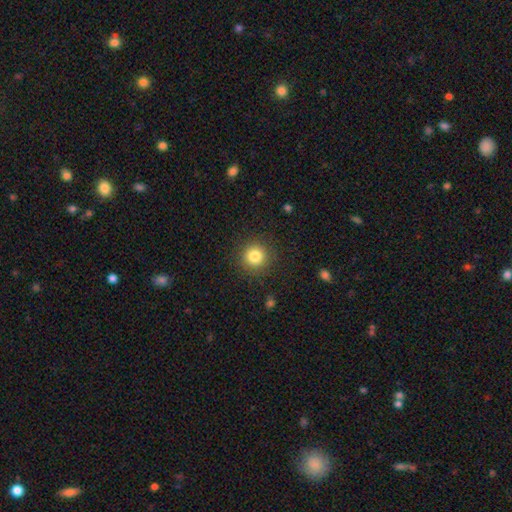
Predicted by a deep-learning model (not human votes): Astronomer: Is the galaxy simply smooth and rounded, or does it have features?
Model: smooth — 82%.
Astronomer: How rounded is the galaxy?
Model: round — 94%.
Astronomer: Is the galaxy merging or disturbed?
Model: none — 90%.